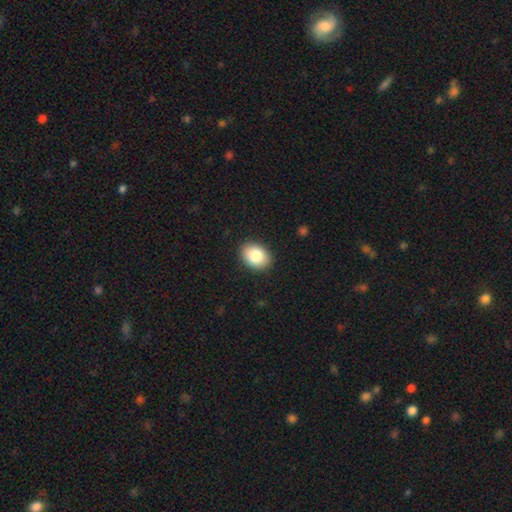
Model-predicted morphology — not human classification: Smooth or featured? Predicted: smooth (p=0.84). How rounded? Predicted: in between (p=0.71). Merging? Predicted: none (p=0.90).